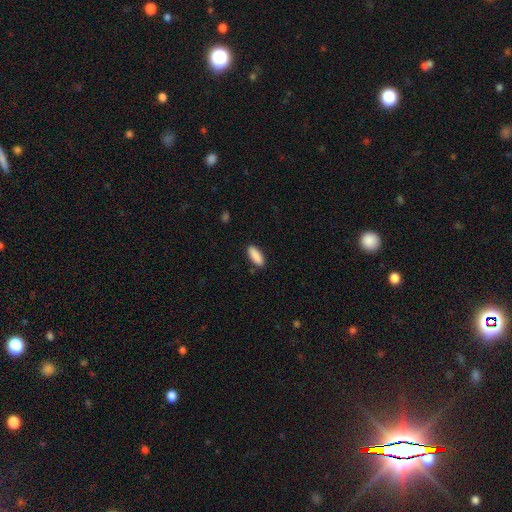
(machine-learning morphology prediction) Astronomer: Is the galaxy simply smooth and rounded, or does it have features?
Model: smooth — 90%.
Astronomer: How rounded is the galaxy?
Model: in between — 73%.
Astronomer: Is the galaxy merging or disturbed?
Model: none — 88%.